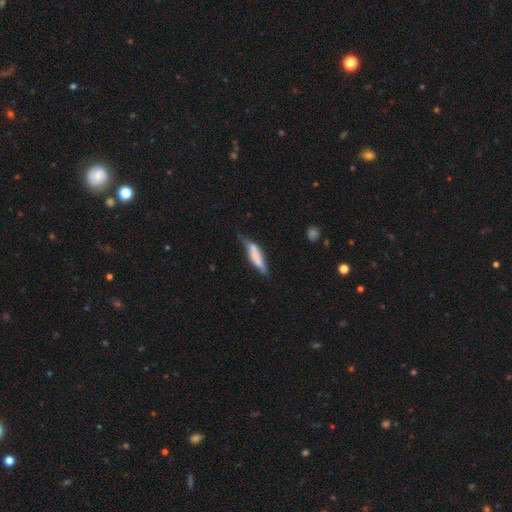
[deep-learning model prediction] smooth 64%, featured or disk 29%, star or artifact 7%. Down the decision tree: how rounded — cigar-shaped (71%); merging — none (44%).